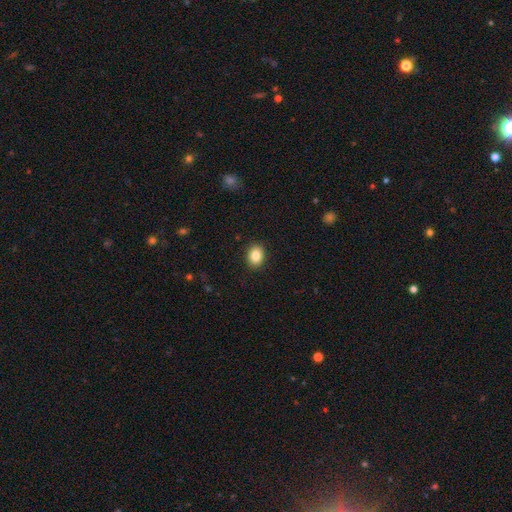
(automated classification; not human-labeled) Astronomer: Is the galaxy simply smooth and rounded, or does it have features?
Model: smooth — 85%.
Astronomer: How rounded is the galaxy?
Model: in between — 62% (runner-up: round, 37%).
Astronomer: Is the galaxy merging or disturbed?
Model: none — 90%.